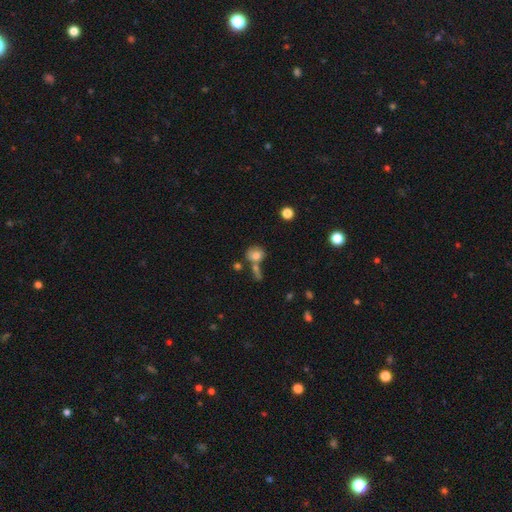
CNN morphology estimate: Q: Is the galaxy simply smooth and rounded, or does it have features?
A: smooth — 77%.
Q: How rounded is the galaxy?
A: round — 66%.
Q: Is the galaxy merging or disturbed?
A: none — 48%.